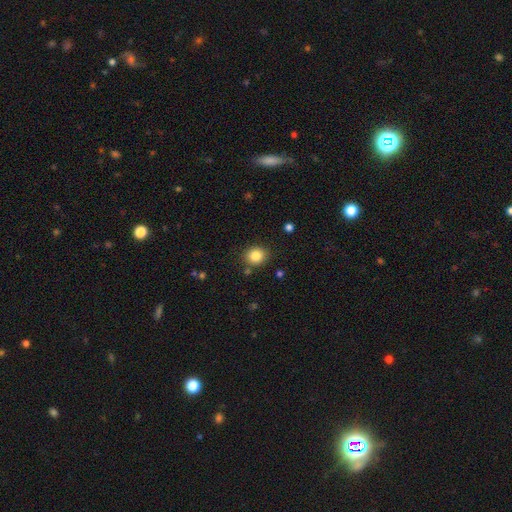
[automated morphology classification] This appears to be a smooth galaxy with no disk features (84%) that is round (73%). Merging: none (85%).